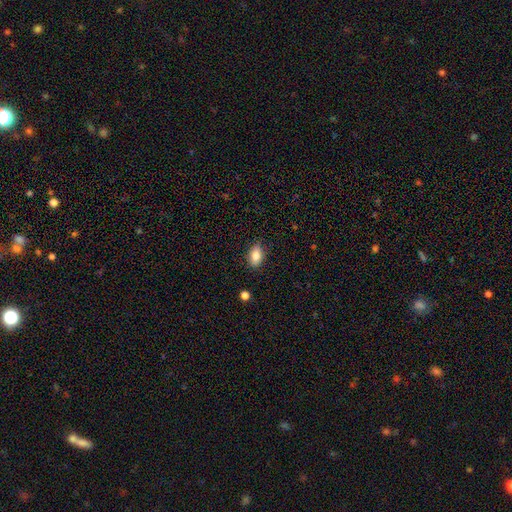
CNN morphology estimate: This appears to be a smooth galaxy with no disk features (82%) that is in between round and cigar-shaped (88%). Merging: none (86%).